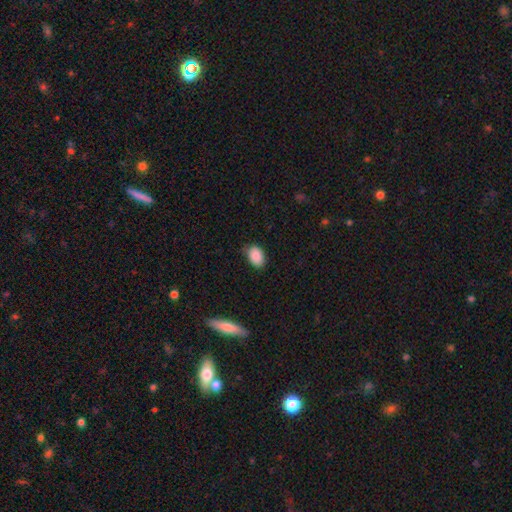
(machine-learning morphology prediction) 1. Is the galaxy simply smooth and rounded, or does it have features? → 89% smooth, 7% star or artifact, 4% featured or disk.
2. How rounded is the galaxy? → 85% in between, 13% round, 1% cigar-shaped.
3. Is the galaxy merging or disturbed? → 75% none, 20% minor disturbance, 3% major disturbance, 1% merger.